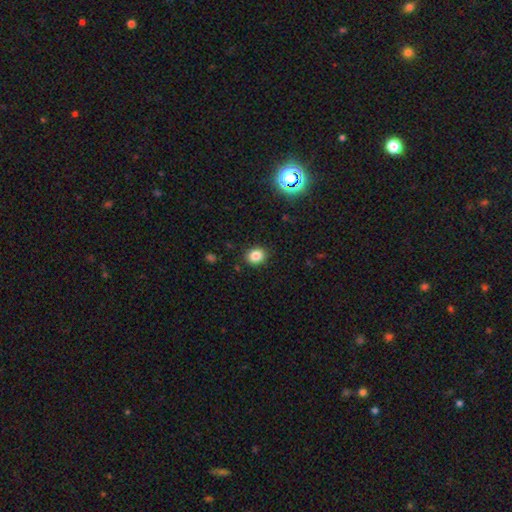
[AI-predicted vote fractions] Q: Smooth or featured?
A: smooth (83%); runner-up: star or artifact (12%)
Q: How rounded?
A: round (59%); runner-up: in between (40%)
Q: Merging?
A: none (89%); runner-up: minor disturbance (8%)